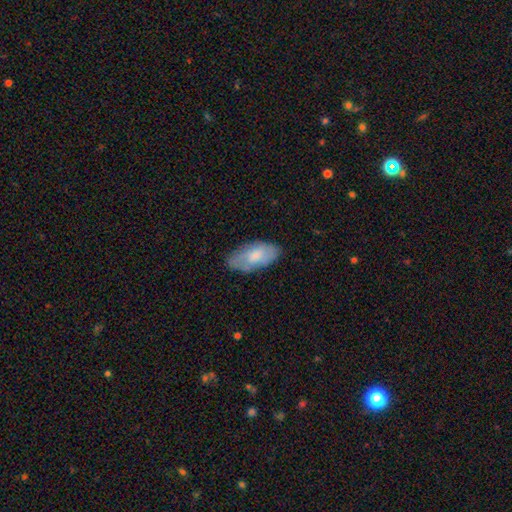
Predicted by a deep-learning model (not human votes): Q: Smooth or featured?
A: smooth (63%); runner-up: featured or disk (31%)
Q: How rounded?
A: in between (92%); runner-up: cigar-shaped (5%)
Q: Merging?
A: none (75%); runner-up: minor disturbance (20%)